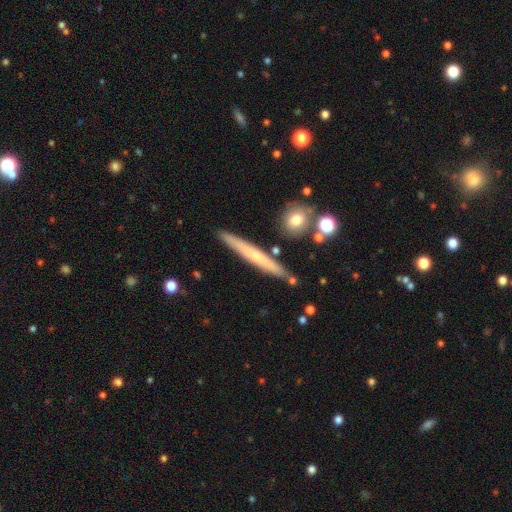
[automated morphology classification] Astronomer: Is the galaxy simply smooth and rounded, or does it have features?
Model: smooth — 48% (runner-up: featured or disk, 45%).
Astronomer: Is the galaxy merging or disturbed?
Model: none — 85%.